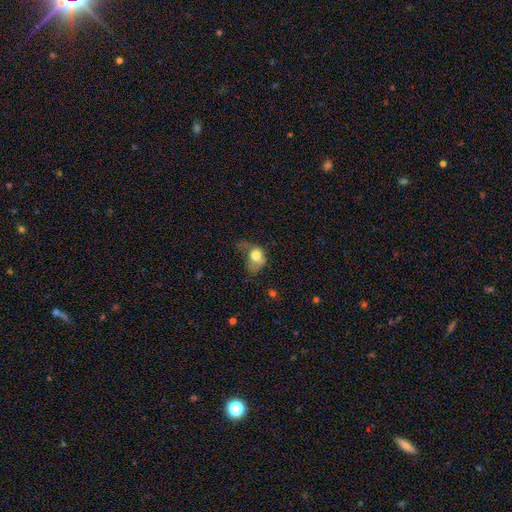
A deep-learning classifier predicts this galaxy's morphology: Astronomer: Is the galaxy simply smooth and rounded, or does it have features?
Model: smooth — 70%.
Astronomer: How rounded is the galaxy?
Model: in between — 62%.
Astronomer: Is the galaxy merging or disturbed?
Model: major disturbance — 49% (runner-up: minor disturbance, 27%).